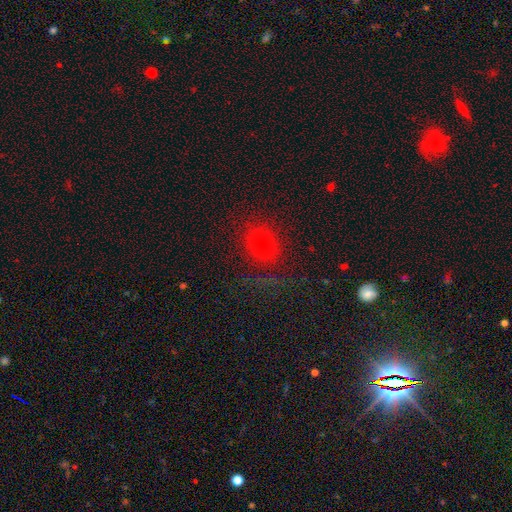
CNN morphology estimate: Smooth or featured? star or artifact (44%)